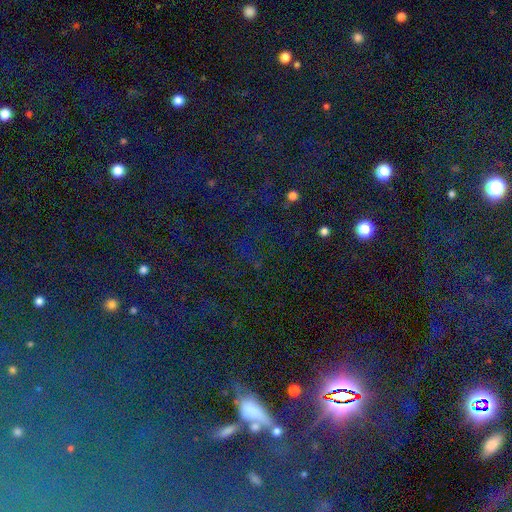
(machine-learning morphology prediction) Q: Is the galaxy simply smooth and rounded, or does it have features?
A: star or artifact — 78%.